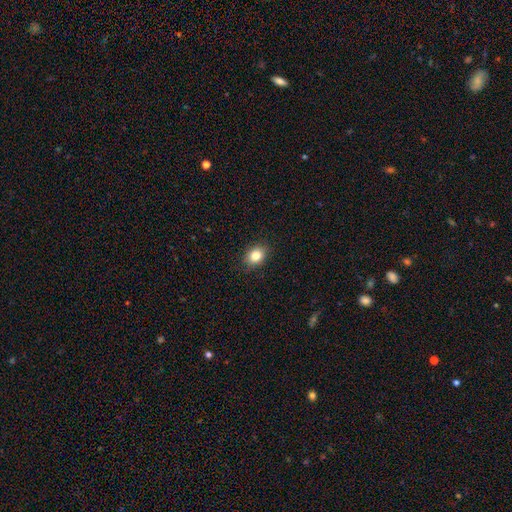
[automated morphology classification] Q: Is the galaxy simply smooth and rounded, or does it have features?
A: smooth — 83%.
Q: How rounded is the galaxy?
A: in between — 57%.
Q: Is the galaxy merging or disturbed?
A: none — 88%.